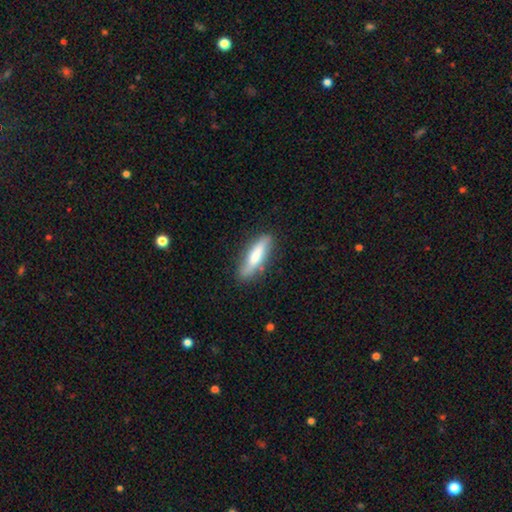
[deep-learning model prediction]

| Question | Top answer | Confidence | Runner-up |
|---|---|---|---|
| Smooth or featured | smooth | 66% | featured or disk (28%) |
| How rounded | cigar-shaped | 69% | in between (29%) |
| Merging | none | 80% | minor disturbance (15%) |